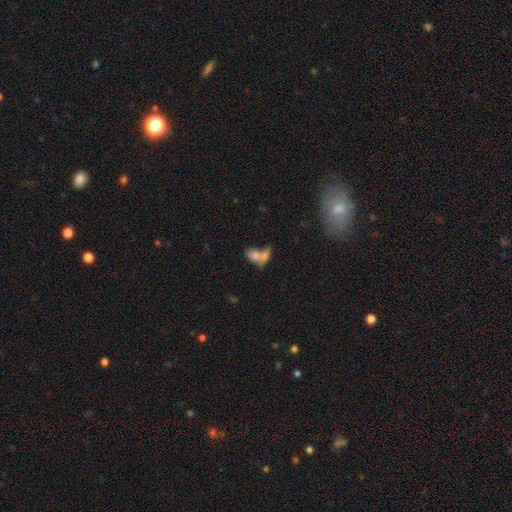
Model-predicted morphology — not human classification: Smooth or featured: smooth — 74% (featured or disk — 16%)
How rounded: in between — 84% (round — 11%)
Merging: merger — 66% (none — 20%)